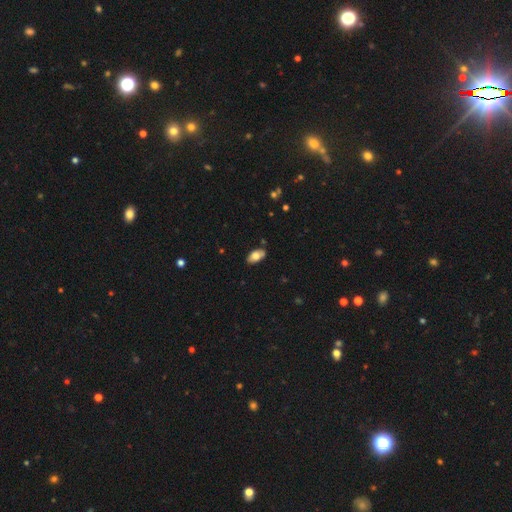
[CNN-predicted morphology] This is likely a smooth galaxy (75%). How rounded: clearly in between (94%). Merging: clearly none (83%).